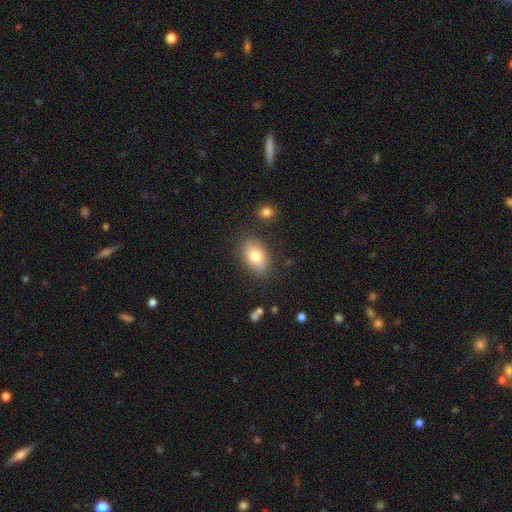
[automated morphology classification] This is likely a smooth galaxy (79%). How rounded: clearly in between (88%). Merging: clearly none (83%).